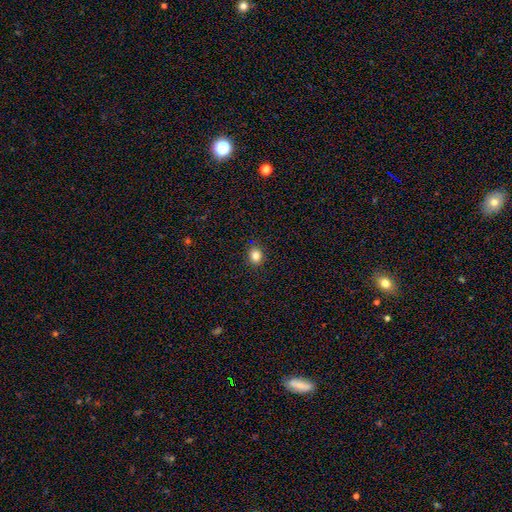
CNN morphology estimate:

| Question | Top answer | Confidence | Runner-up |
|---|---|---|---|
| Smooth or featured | smooth | 83% | star or artifact (12%) |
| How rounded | round | 71% | in between (28%) |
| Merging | none | 90% | minor disturbance (7%) |